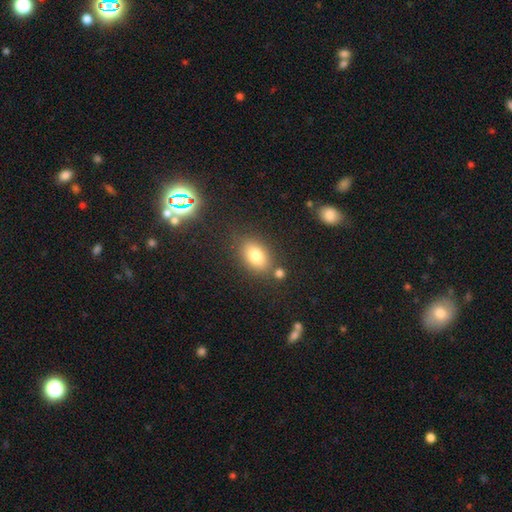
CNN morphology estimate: type=smooth (79%); roundness=in between (83%); merging=none (74%).